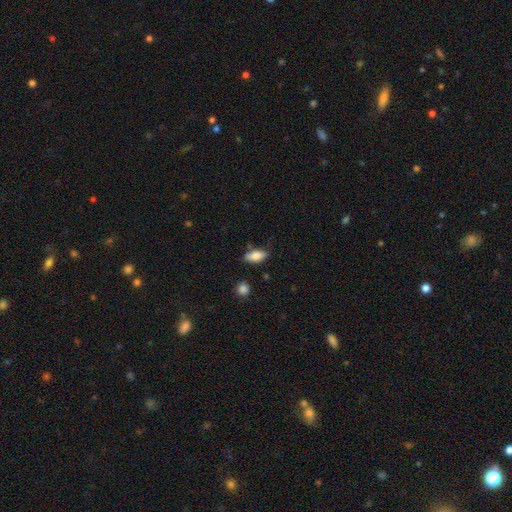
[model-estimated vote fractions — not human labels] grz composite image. It shows a smooth galaxy with no disk features (80%) that is in between round and cigar-shaped (87%). Merging: none (69%).